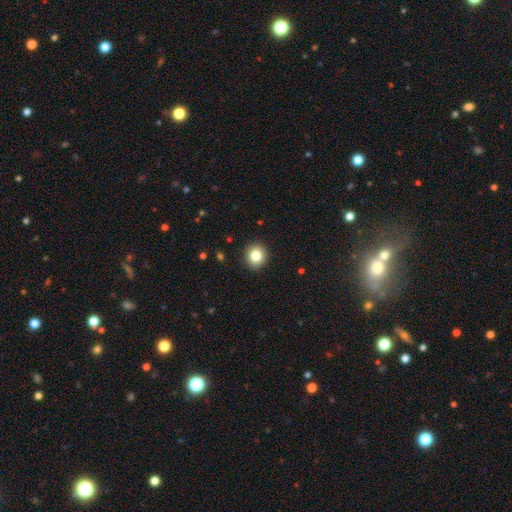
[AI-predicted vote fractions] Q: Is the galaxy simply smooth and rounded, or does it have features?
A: smooth — 82%.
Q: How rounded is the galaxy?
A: round — 86%.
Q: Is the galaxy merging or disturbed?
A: none — 92%.